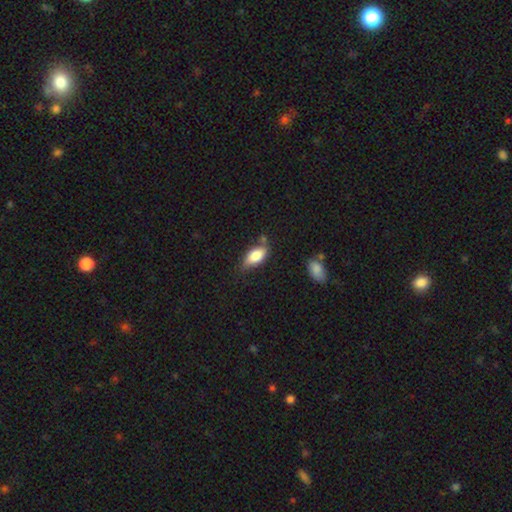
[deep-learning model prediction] smooth-or-featured: smooth: 80% | featured or disk: 13% | star or artifact: 7%
  how-rounded: in between: 87% | cigar-shaped: 9% | round: 4%
  merging: none: 59% | minor disturbance: 28% | merger: 7% | major disturbance: 7%